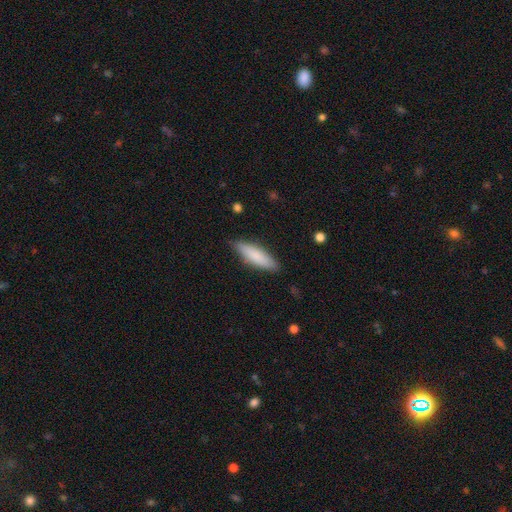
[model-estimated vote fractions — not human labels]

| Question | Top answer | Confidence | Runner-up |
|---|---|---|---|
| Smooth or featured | smooth | 81% | featured or disk (13%) |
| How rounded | cigar-shaped | 61% | in between (38%) |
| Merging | none | 85% | minor disturbance (12%) |